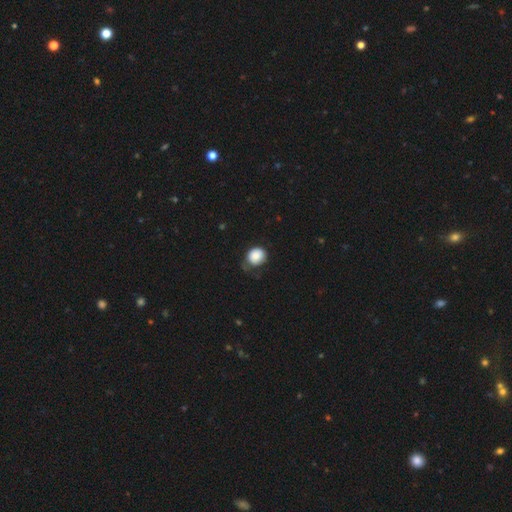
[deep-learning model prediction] Q: Smooth or featured?
A: smooth (85%); runner-up: star or artifact (8%)
Q: How rounded?
A: round (79%); runner-up: in between (20%)
Q: Merging?
A: none (52%); runner-up: minor disturbance (32%)